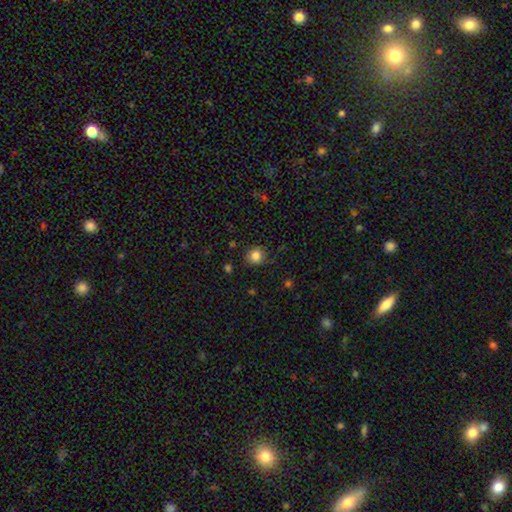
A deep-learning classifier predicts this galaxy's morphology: Smooth or featured?
  - smooth: 84% *
  - star or artifact: 11%
  - featured or disk: 5%
How rounded?
  - round: 87% *
  - in between: 12%
  - cigar-shaped: 1%
Merging?
  - none: 84% *
  - minor disturbance: 12%
  - major disturbance: 3%
  - merger: 1%